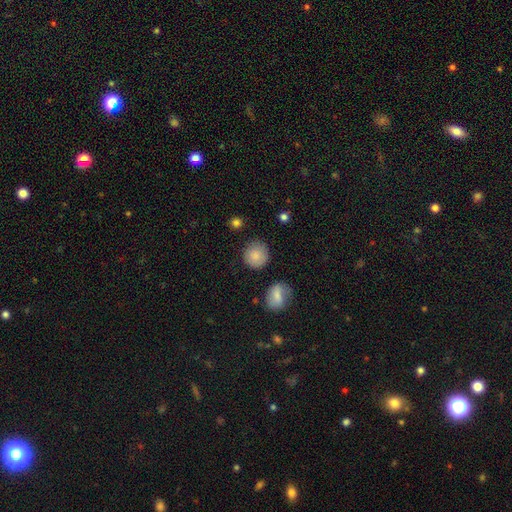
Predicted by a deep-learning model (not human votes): Smooth or featured: smooth — 85% (star or artifact — 8%)
How rounded: round — 91% (in between — 8%)
Merging: none — 82% (minor disturbance — 12%)